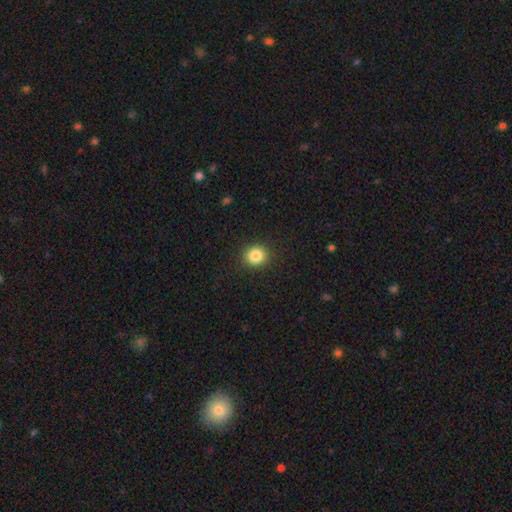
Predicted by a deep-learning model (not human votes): This appears to be a smooth galaxy with no disk features (85%) that is round (80%). Merging: none (90%).